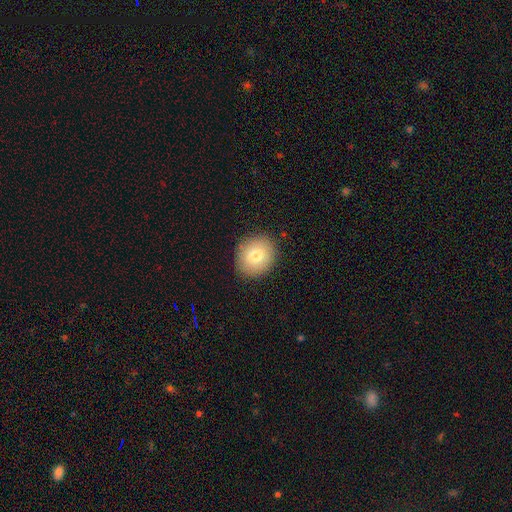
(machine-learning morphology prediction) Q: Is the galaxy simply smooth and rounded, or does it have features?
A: smooth — 79%.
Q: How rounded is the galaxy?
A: round — 75%.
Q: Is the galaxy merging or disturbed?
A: none — 89%.